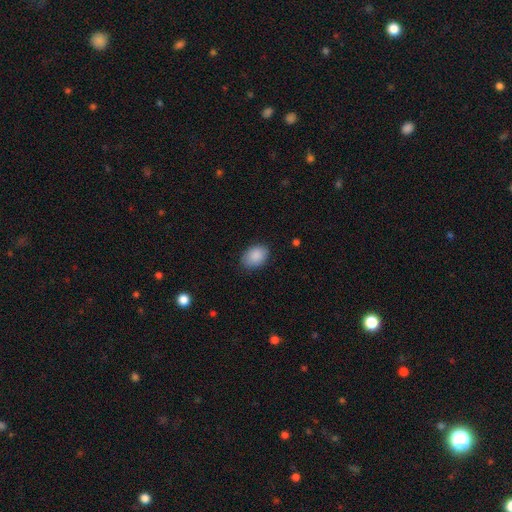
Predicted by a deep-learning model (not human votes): Smooth or featured? smooth (89%)
How rounded? in between (78%)
Merging? none (82%)